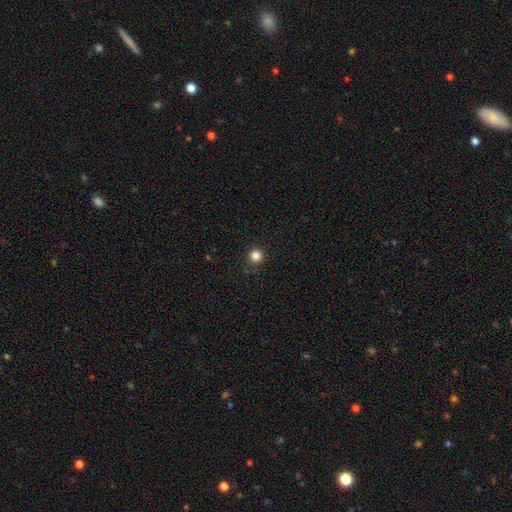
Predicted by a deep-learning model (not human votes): smooth_or_featured: smooth (p=0.83) [alt: star or artifact p=0.13]
how_rounded: round (p=0.95) [alt: in between p=0.04]
merging: none (p=0.88) [alt: minor disturbance p=0.08]